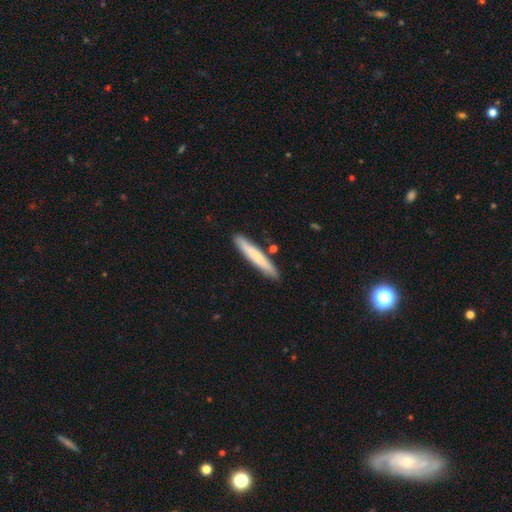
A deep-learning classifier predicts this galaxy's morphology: Smooth or featured: smooth — 70% (featured or disk — 24%)
How rounded: cigar-shaped — 93% (in between — 5%)
Merging: none — 85% (minor disturbance — 10%)